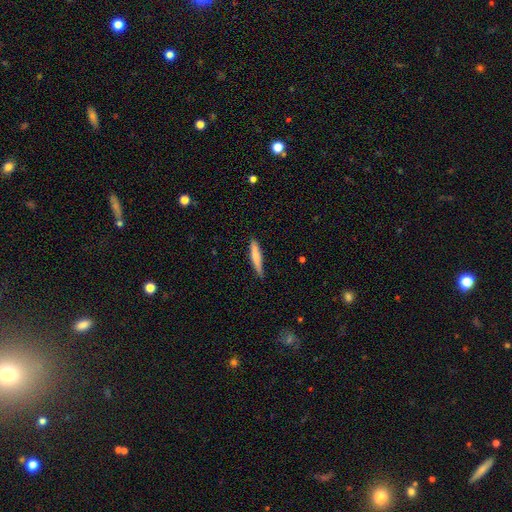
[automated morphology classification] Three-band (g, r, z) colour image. It shows a smooth galaxy with no disk features (76%) that is cigar-shaped (90%). Merging: none (77%).